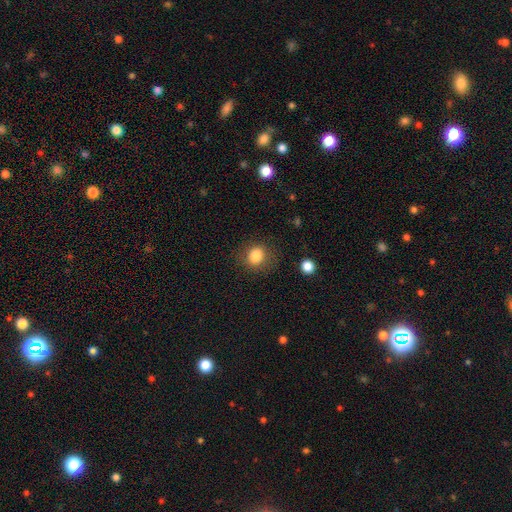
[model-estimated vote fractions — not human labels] This appears to be a smooth galaxy with no disk features (84%) that is round (72%). Merging: none (82%).